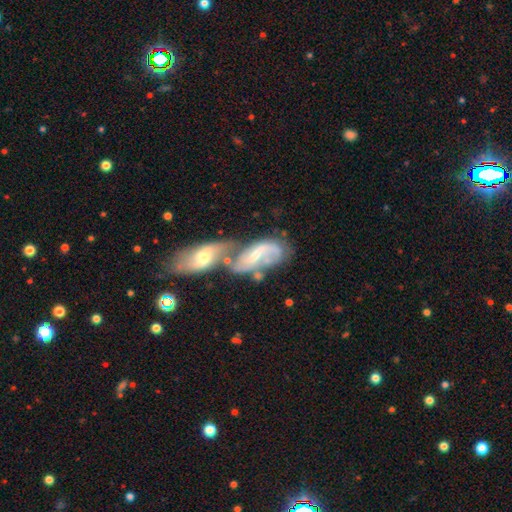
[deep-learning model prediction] The model was most divided on "bulge size": small: 44%, moderate: 39%, none: 12%, large: 4%, dominant: 1%. Remaining: edge-on disk — no (92%); spiral arms — yes (78%); smooth or featured — featured or disk (67%); merging — merger (61%); bar — weak (44%).